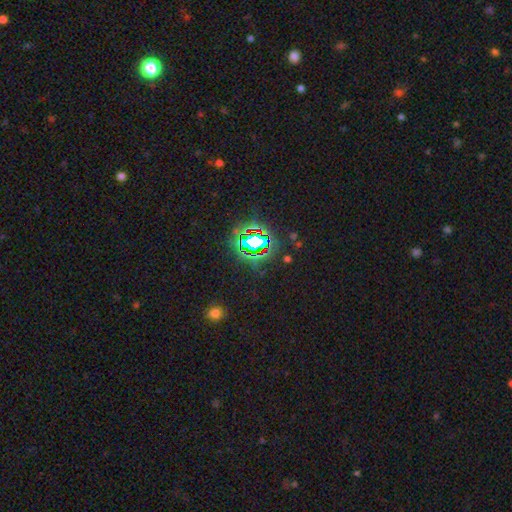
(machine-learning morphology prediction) A star or artifact, not a galaxy (81%).

Vote fractions:
- Smooth or featured? star or artifact: 81% / smooth: 12% / featured or disk: 7%